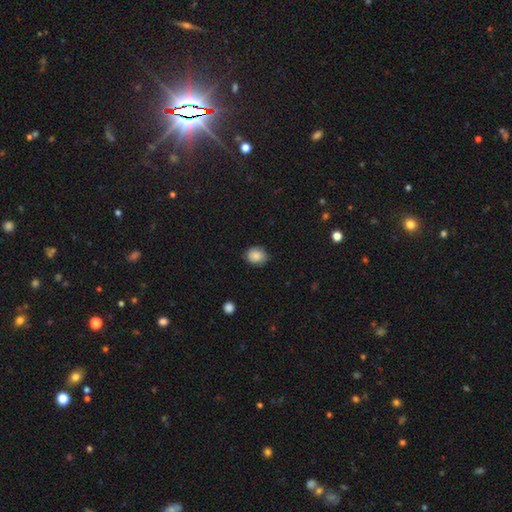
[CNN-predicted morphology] Smooth or featured?
  - smooth: 86% *
  - star or artifact: 8%
  - featured or disk: 5%
How rounded?
  - round: 64% *
  - in between: 35%
  - cigar-shaped: 1%
Merging?
  - none: 79% *
  - minor disturbance: 17%
  - major disturbance: 3%
  - merger: 1%